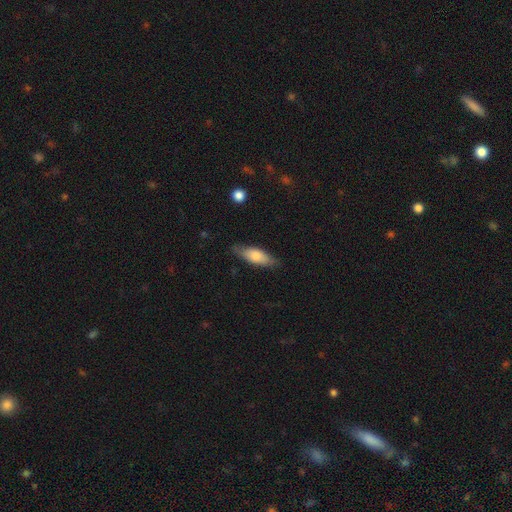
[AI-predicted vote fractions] This is likely a smooth galaxy (71%). How rounded: likely in between (61%). Merging: clearly none (81%).